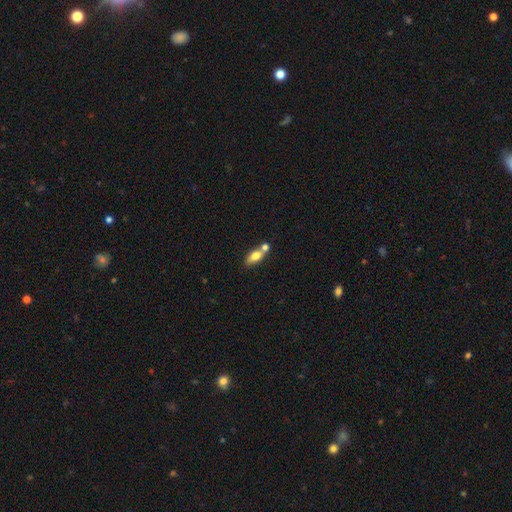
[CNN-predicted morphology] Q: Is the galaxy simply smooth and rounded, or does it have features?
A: smooth — 67%.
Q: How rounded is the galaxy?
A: in between — 76%.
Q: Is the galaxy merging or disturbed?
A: none — 43%.